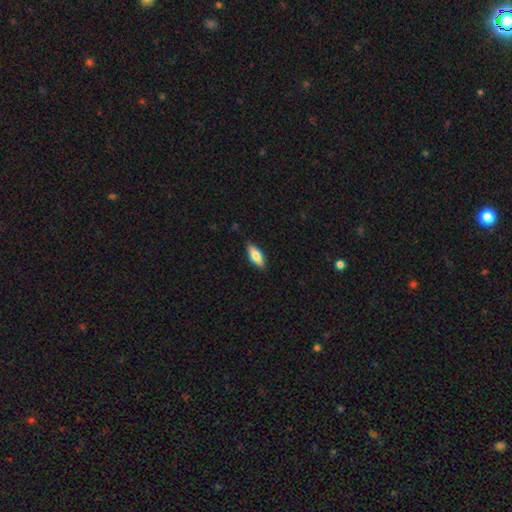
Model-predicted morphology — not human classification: type=smooth (75%); roundness=in between (70%); merging=none (88%).